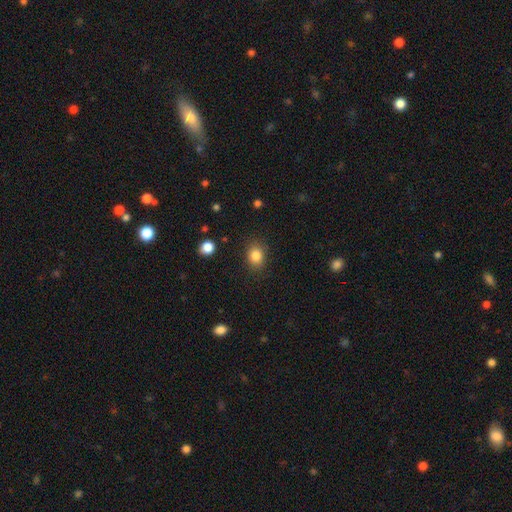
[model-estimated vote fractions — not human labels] Morphology: type=smooth (85%); roundness=in between (51%); merging=none (85%).